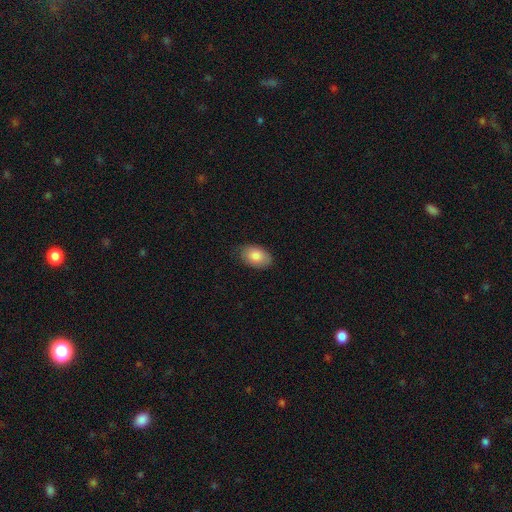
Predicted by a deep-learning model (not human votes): smooth-or-featured: smooth: 83% | featured or disk: 10% | star or artifact: 7%
  how-rounded: in between: 90% | round: 9% | cigar-shaped: 1%
  merging: none: 80% | minor disturbance: 16% | major disturbance: 3% | merger: 1%